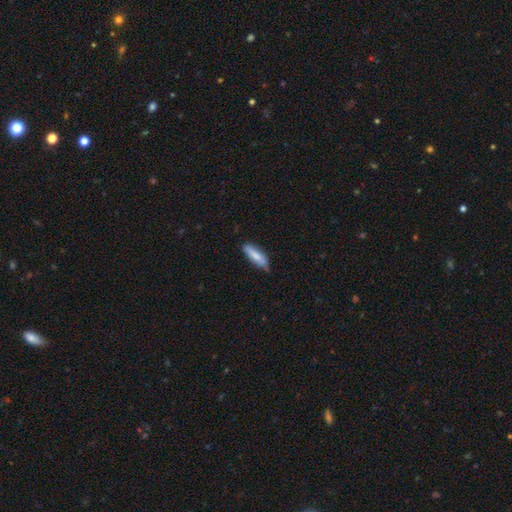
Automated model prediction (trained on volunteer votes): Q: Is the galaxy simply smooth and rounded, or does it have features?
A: smooth — 73%.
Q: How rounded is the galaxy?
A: cigar-shaped — 54%.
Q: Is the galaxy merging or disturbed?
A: none — 65%.